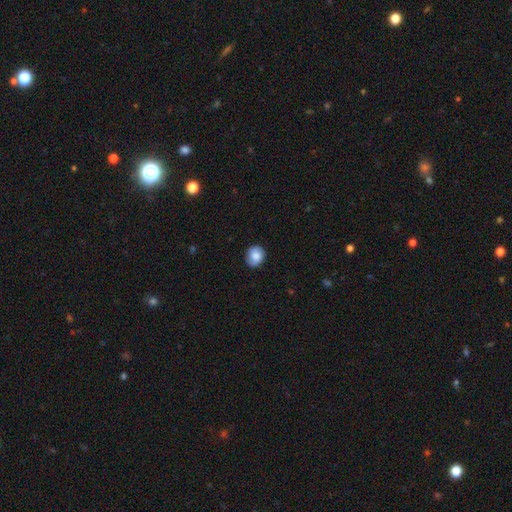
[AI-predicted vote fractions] This is clearly a smooth galaxy (84%). How rounded: likely round (64%). Merging: clearly none (83%).